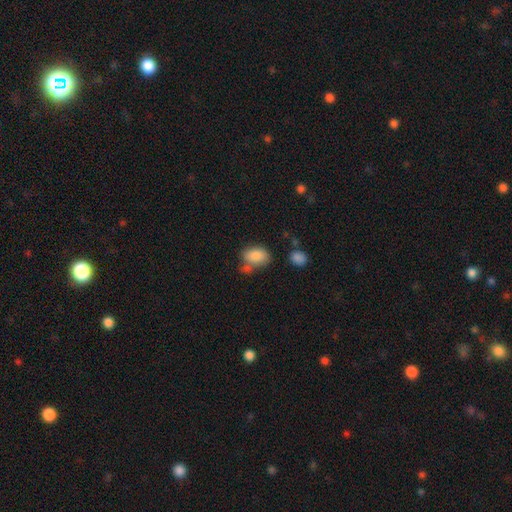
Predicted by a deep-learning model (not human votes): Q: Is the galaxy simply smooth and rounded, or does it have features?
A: smooth — 84%.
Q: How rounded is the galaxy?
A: in between — 86%.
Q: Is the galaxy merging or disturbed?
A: none — 52%.